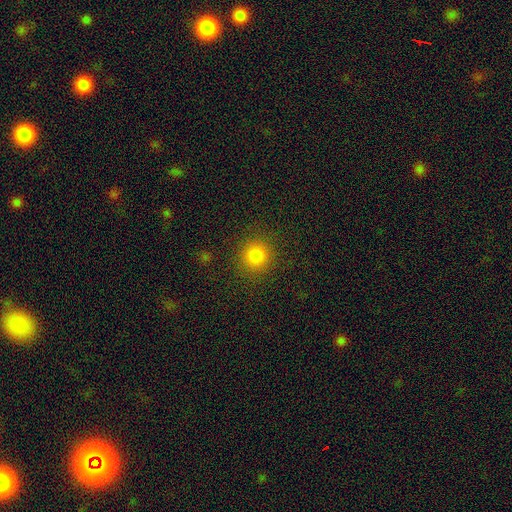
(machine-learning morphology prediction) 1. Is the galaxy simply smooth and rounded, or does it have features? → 82% smooth, 13% star or artifact, 5% featured or disk.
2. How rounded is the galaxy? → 92% round, 7% in between, 1% cigar-shaped.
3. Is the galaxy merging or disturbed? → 90% none, 6% minor disturbance, 3% major disturbance, 1% merger.